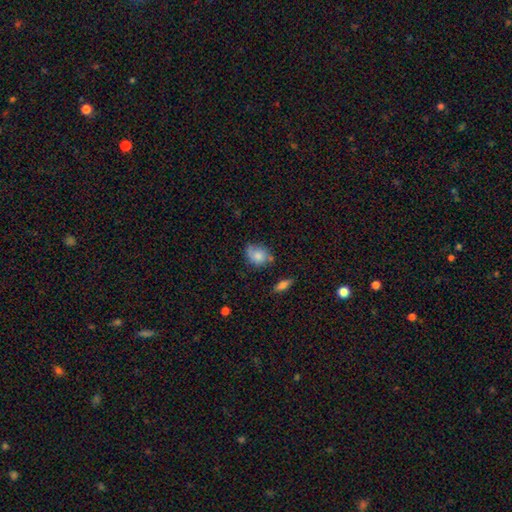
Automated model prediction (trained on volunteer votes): Overall: smooth (71%). How rounded: in between (56%; round 42%). Merging: none (58%; minor disturbance 28%).